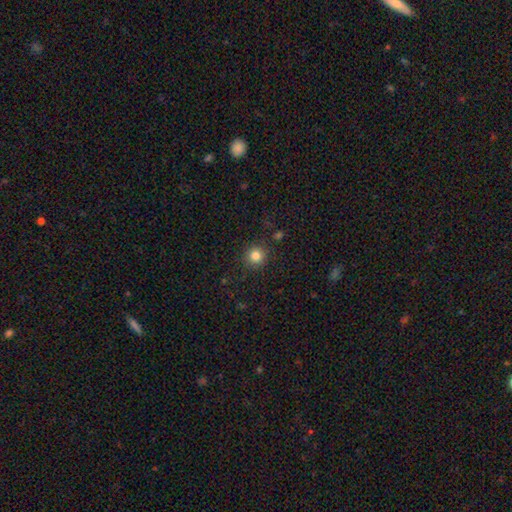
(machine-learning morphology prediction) smooth-or-featured: smooth: 82% | star or artifact: 12% | featured or disk: 6%
  how-rounded: round: 93% | in between: 6% | cigar-shaped: 1%
  merging: none: 89% | minor disturbance: 7% | major disturbance: 2% | merger: 2%